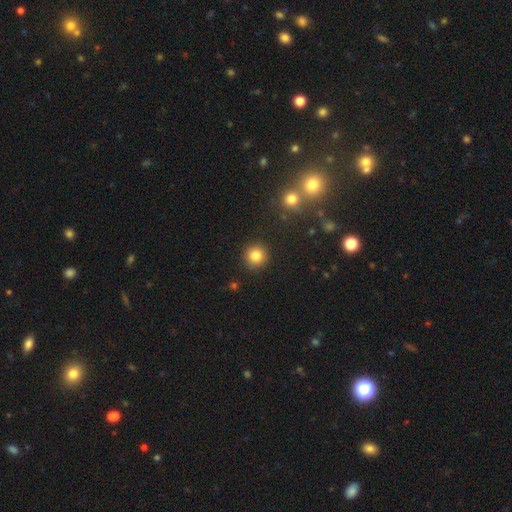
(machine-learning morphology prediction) smooth-or-featured: smooth: 83% | star or artifact: 11% | featured or disk: 6%
  how-rounded: round: 94% | in between: 5% | cigar-shaped: 1%
  merging: none: 91% | minor disturbance: 5% | major disturbance: 2% | merger: 2%